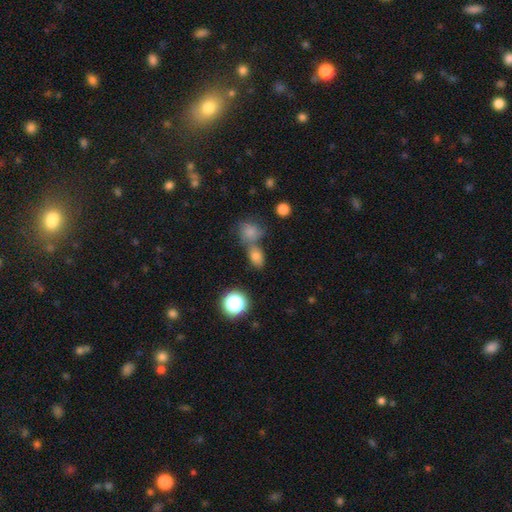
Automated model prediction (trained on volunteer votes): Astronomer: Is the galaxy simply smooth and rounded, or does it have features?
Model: smooth — 73%.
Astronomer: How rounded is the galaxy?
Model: in between — 68%.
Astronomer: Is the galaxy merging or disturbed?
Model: none — 48% (runner-up: merger, 38%).